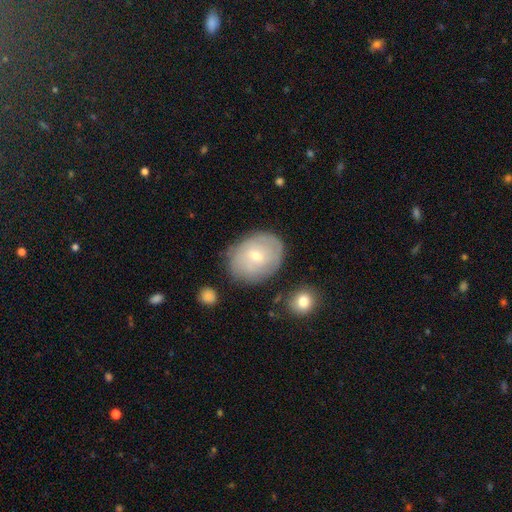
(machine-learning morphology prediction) Overall: smooth (48%; featured or disk 45%). Merging: none (76%).